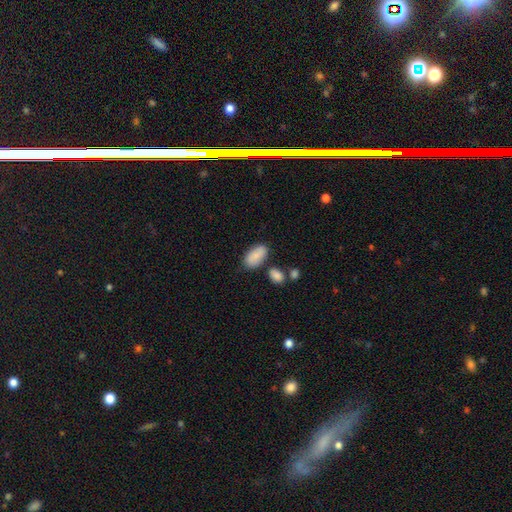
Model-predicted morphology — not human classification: Smooth or featured: smooth — 86% (featured or disk — 8%)
How rounded: in between — 93% (round — 3%)
Merging: none — 71% (minor disturbance — 16%)